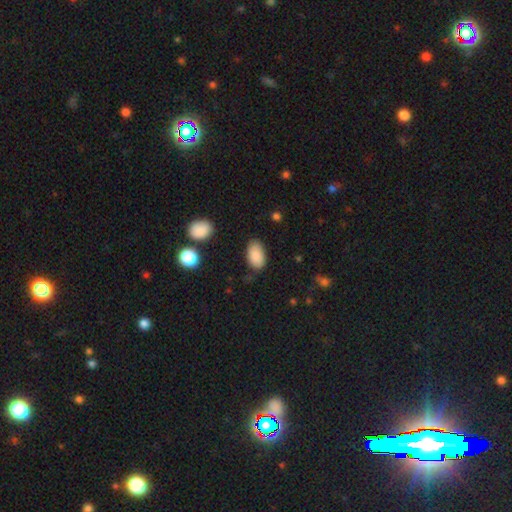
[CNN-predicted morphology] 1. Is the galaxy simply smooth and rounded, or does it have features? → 88% smooth, 7% star or artifact, 5% featured or disk.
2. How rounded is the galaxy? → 93% in between, 5% round, 2% cigar-shaped.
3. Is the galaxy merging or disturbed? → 78% none, 17% minor disturbance, 4% major disturbance, 2% merger.